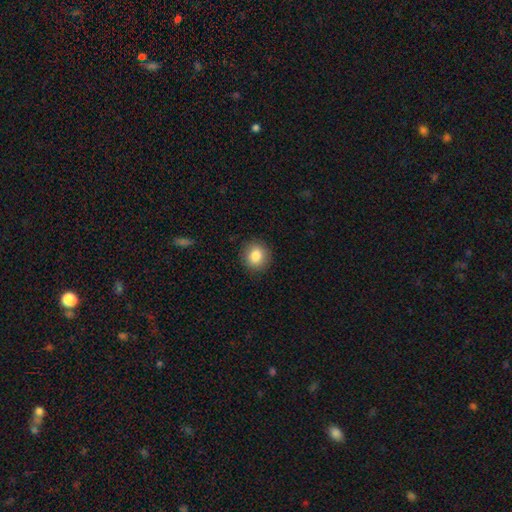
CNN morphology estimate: smooth-or-featured: smooth: 84% | star or artifact: 9% | featured or disk: 7%
  how-rounded: round: 85% | in between: 14% | cigar-shaped: 1%
  merging: none: 90% | minor disturbance: 7% | major disturbance: 2% | merger: 1%